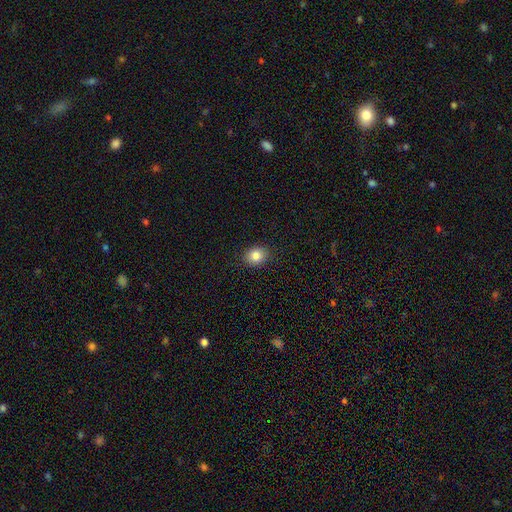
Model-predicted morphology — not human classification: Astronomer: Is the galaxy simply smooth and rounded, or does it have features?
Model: smooth — 84%.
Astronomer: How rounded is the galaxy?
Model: round — 56% (runner-up: in between, 43%).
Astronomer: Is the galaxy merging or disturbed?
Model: none — 89%.